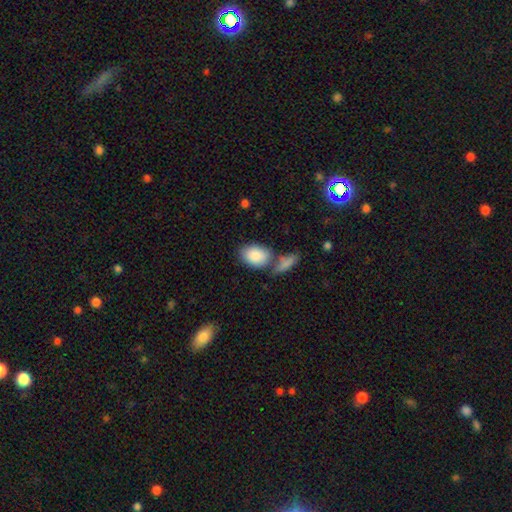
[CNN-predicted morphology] Smooth or featured: smooth — 87% (featured or disk — 7%)
How rounded: in between — 85% (round — 13%)
Merging: none — 52% (merger — 29%)